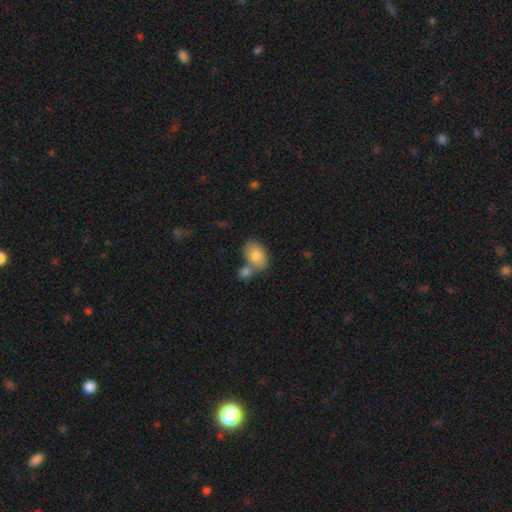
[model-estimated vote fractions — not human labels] The model was most divided on "merging": none: 48%, merger: 34%, minor disturbance: 14%, major disturbance: 4%. More confident: how rounded — in between (86%); smooth or featured — smooth (81%).